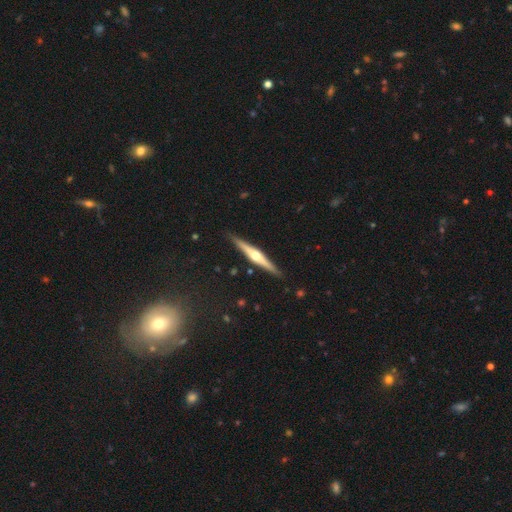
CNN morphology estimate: Q: Smooth or featured?
A: featured or disk (76%); runner-up: smooth (18%)
Q: Edge-on disk?
A: yes (98%); runner-up: no (2%)
Q: Edge-on bulge?
A: rounded (92%); runner-up: boxy (5%)
Q: Merging?
A: none (90%); runner-up: minor disturbance (8%)